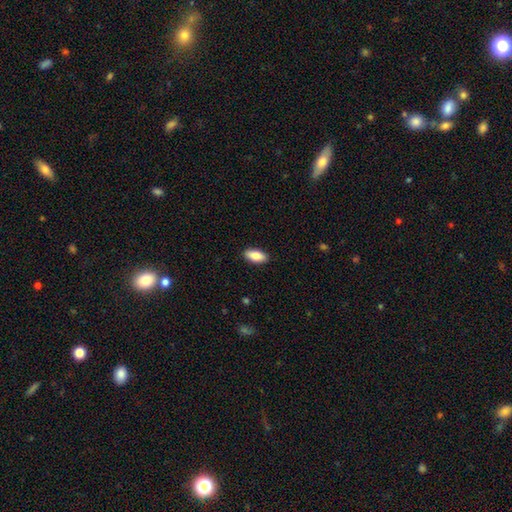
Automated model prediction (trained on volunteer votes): Overall: smooth (85%). How rounded: in between (87%). Merging: none (90%).